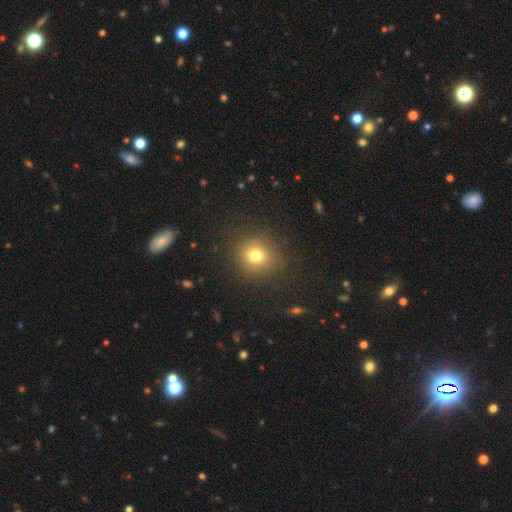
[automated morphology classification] Smooth or featured?
  - smooth: 76% *
  - star or artifact: 15%
  - featured or disk: 9%
How rounded?
  - round: 84% *
  - in between: 15%
  - cigar-shaped: 1%
Merging?
  - none: 86% *
  - minor disturbance: 9%
  - major disturbance: 4%
  - merger: 1%